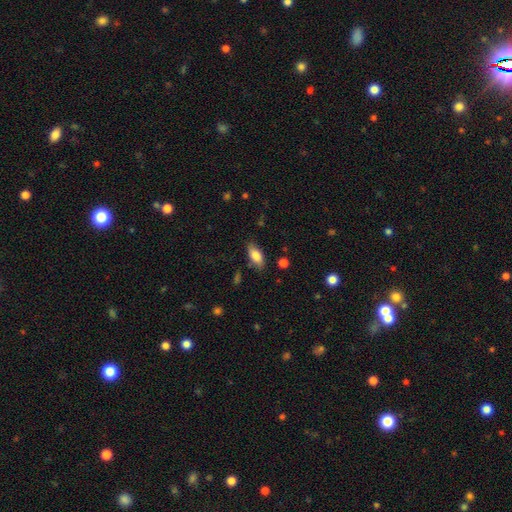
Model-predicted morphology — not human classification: Smooth or featured: smooth — 81% (featured or disk — 11%)
How rounded: in between — 88% (cigar-shaped — 9%)
Merging: none — 80% (minor disturbance — 15%)